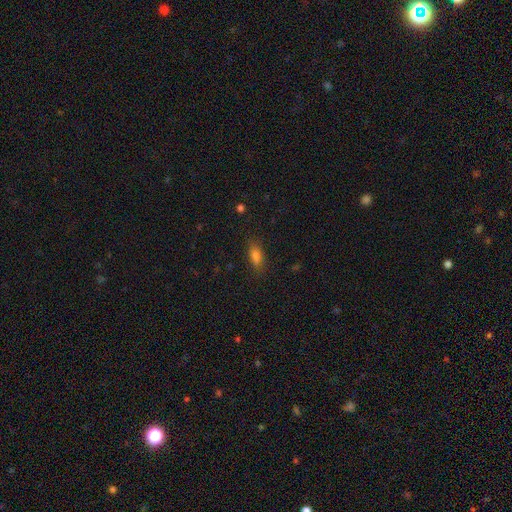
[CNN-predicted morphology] Smooth or featured?
  - smooth: 80% *
  - star or artifact: 11%
  - featured or disk: 9%
How rounded?
  - in between: 77% *
  - cigar-shaped: 19%
  - round: 4%
Merging?
  - none: 80% *
  - minor disturbance: 14%
  - major disturbance: 4%
  - merger: 2%